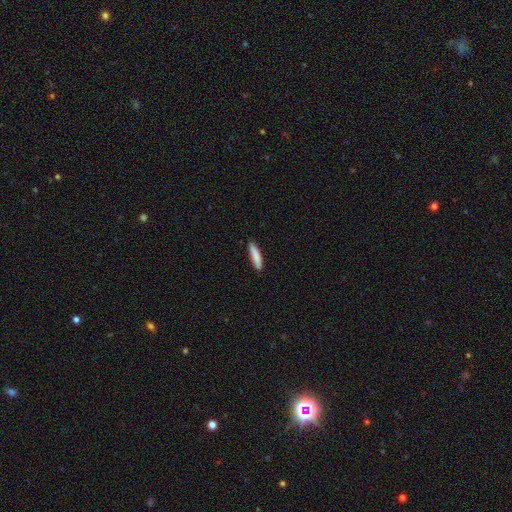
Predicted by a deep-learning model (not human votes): This appears to be a smooth galaxy with no disk features (85%) that is cigar-shaped (88%). Merging: none (89%).